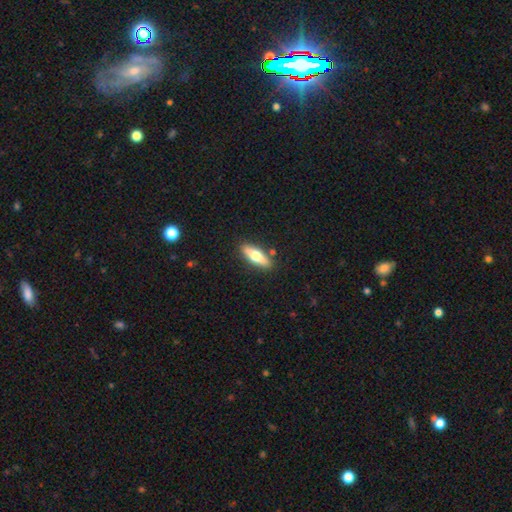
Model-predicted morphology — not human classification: type=smooth (54%); roundness=cigar-shaped (51%); merging=none (87%).